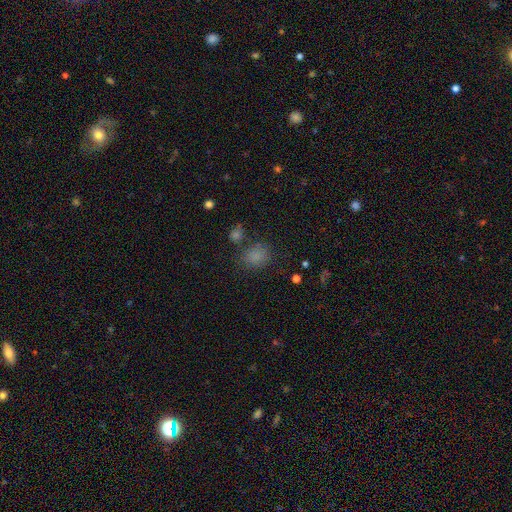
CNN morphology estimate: This appears to be a smooth galaxy with no disk features (77%) that is round (55%). Merging: none (69%).